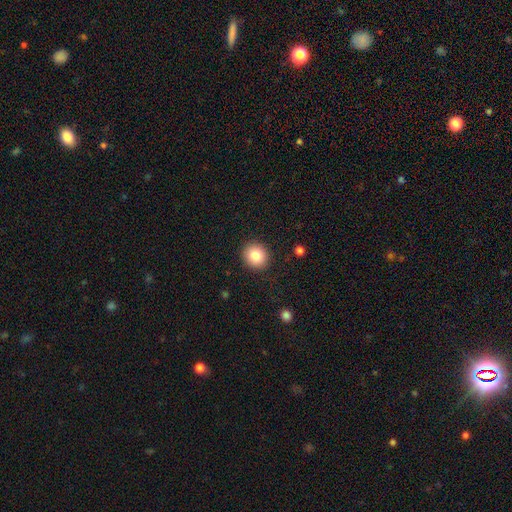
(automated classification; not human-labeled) smooth_or_featured: smooth (p=0.83) [alt: star or artifact p=0.09]
how_rounded: round (p=0.89) [alt: in between p=0.10]
merging: none (p=0.91) [alt: minor disturbance p=0.06]